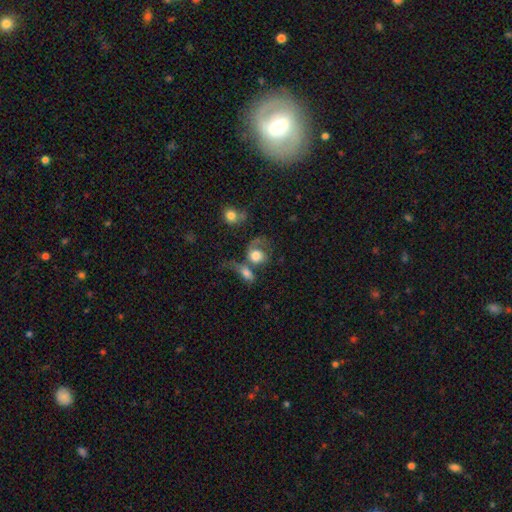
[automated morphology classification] smooth_or_featured: smooth (p=0.53) [alt: featured or disk p=0.38]
how_rounded: round (p=0.55) [alt: in between p=0.43]
merging: merger (p=0.48) [alt: major disturbance p=0.23]